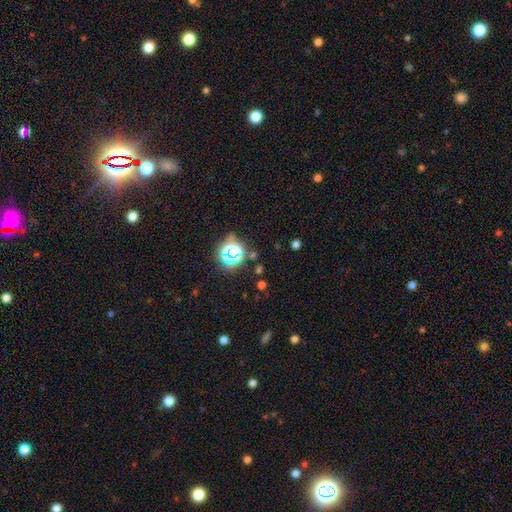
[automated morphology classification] Q: Smooth or featured?
A: star or artifact (70%); runner-up: smooth (21%)